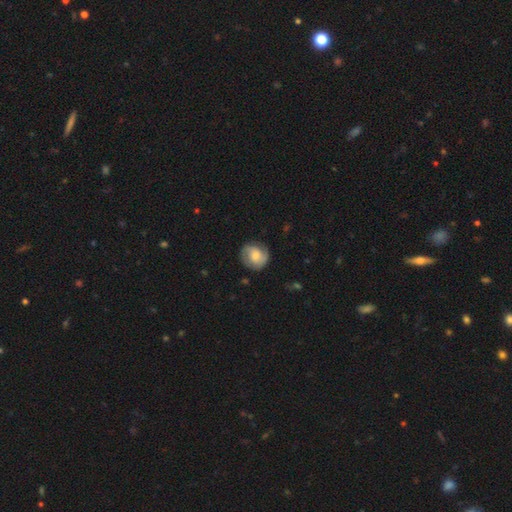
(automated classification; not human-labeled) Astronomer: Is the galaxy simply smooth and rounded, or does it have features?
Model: featured or disk — 52% (runner-up: smooth, 41%).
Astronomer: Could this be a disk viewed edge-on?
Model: no — 98%.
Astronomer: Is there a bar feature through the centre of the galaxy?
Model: no — 55% (runner-up: weak, 37%).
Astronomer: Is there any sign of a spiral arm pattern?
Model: yes — 88%.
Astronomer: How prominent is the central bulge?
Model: moderate — 52% (runner-up: small, 30%).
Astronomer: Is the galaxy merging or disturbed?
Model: none — 79%.